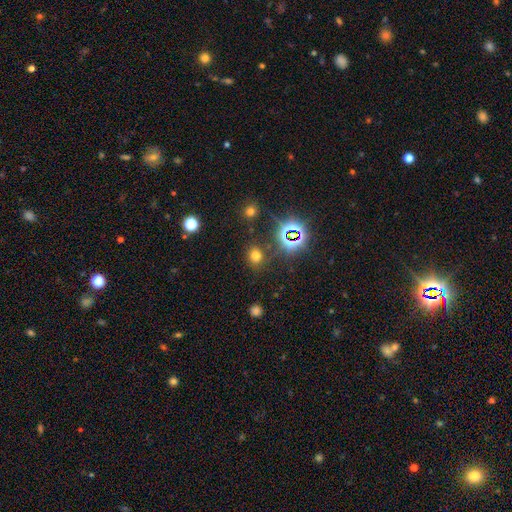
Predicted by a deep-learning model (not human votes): Q: Smooth or featured?
A: smooth (64%); runner-up: star or artifact (30%)
Q: How rounded?
A: round (62%); runner-up: in between (36%)
Q: Merging?
A: none (81%); runner-up: minor disturbance (11%)